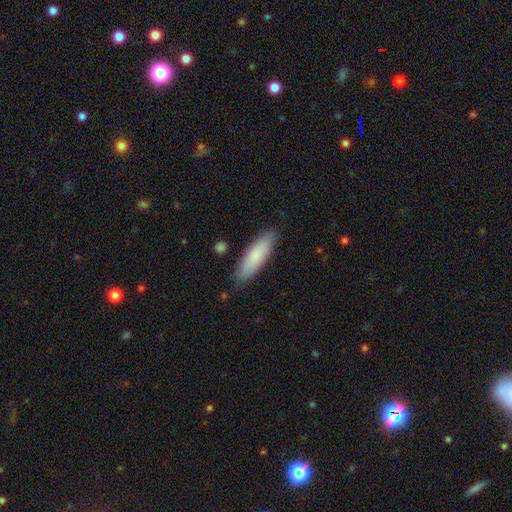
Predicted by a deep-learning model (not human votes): smooth_or_featured: smooth (p=0.82) [alt: featured or disk p=0.12]
how_rounded: cigar-shaped (p=0.53) [alt: in between p=0.46]
merging: none (p=0.84) [alt: minor disturbance p=0.12]